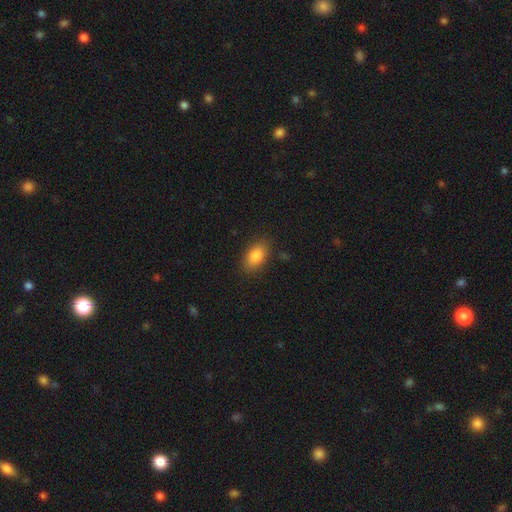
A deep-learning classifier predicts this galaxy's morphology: Smooth or featured?
  - smooth: 85% *
  - star or artifact: 8%
  - featured or disk: 7%
How rounded?
  - in between: 88% *
  - round: 9%
  - cigar-shaped: 3%
Merging?
  - none: 84% *
  - minor disturbance: 12%
  - major disturbance: 3%
  - merger: 1%